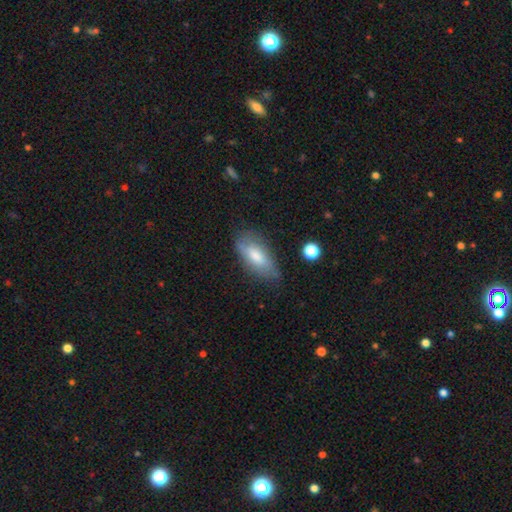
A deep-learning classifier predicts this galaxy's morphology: type=smooth (69%); roundness=in between (80%); merging=none (66%).